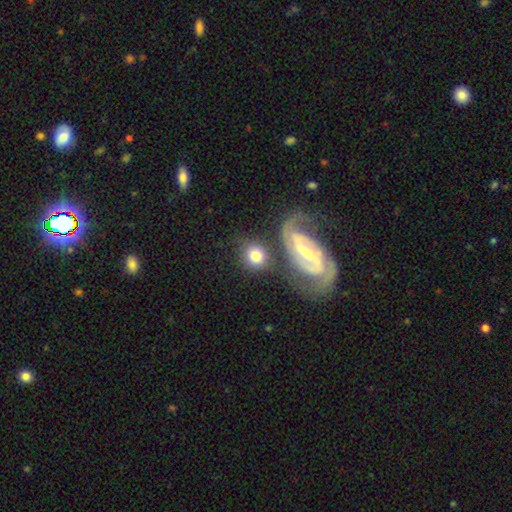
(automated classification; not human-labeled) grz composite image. It shows a smooth galaxy with no disk features (68%) that is round (83%). Merging: none (64%).